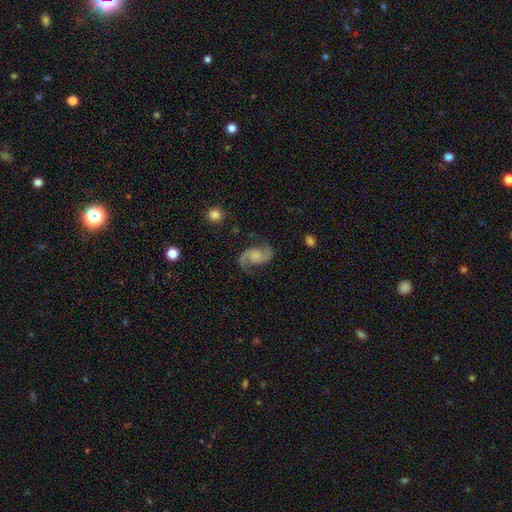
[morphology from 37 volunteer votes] Q: Smooth or featured?
A: featured or disk (86%); runner-up: smooth (8%)
Q: Edge-on disk?
A: no (100%)
Q: Bar?
A: no (69%); runner-up: weak (25%)
Q: Spiral arms?
A: yes (100%)
Q: Spiral winding?
A: medium (50%); runner-up: tight (25%)
Q: Spiral arm count?
A: 2 (100%)
Q: Bulge size?
A: none (44%); runner-up: small (22%)
Q: Merging?
A: none (80%); runner-up: minor disturbance (14%)